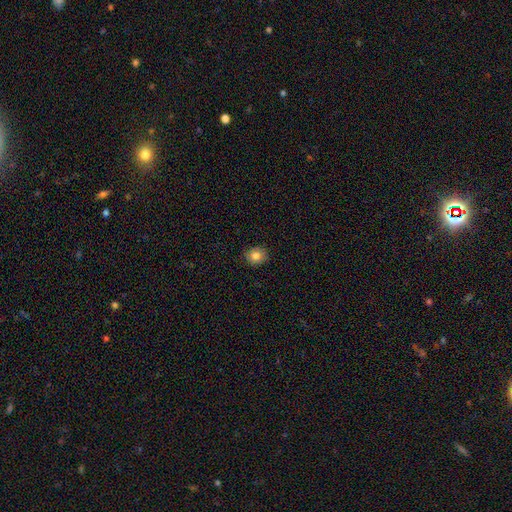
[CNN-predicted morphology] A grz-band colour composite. It shows a smooth galaxy with no disk features (82%) that is round (80%). Merging: none (87%).